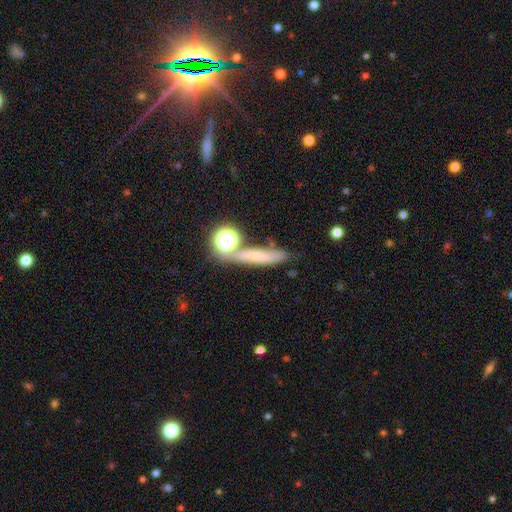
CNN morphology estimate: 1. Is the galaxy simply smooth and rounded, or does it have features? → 60% smooth, 22% featured or disk, 18% star or artifact.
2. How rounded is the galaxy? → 68% cigar-shaped, 16% round, 16% in between.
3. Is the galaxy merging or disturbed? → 68% none, 14% minor disturbance, 13% merger, 6% major disturbance.